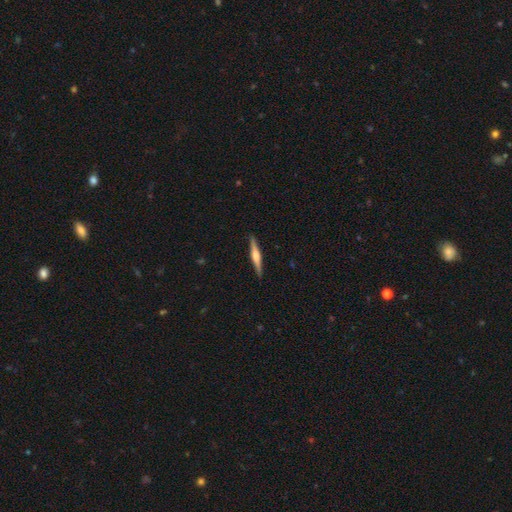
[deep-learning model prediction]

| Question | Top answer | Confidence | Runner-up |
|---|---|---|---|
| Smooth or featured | featured or disk | 68% | smooth (27%) |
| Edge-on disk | yes | 98% | no (2%) |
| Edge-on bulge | rounded | 75% | boxy (17%) |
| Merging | none | 92% | minor disturbance (6%) |